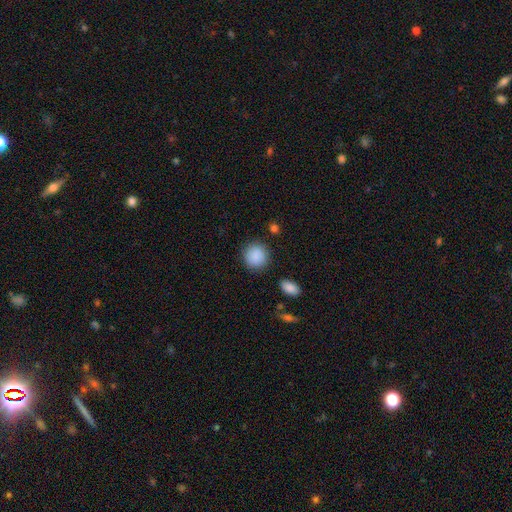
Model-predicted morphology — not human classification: A smooth galaxy with no disk features (89%) that is round (87%).

Vote fractions:
- Smooth or featured? smooth: 89% / star or artifact: 8% / featured or disk: 3%
- How rounded? round: 87% / in between: 12% / cigar-shaped: 1%
- Merging? none: 86% / minor disturbance: 9% / major disturbance: 3% / merger: 2%